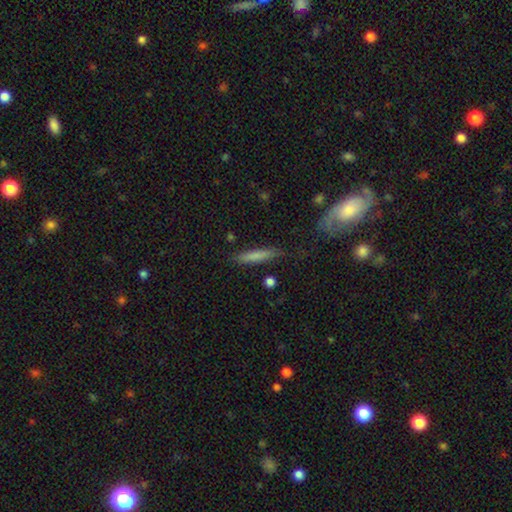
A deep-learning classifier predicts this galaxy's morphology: smooth-or-featured: smooth: 74% | featured or disk: 20% | star or artifact: 6%
  how-rounded: cigar-shaped: 89% | in between: 9% | round: 2%
  merging: none: 79% | minor disturbance: 14% | major disturbance: 4% | merger: 3%